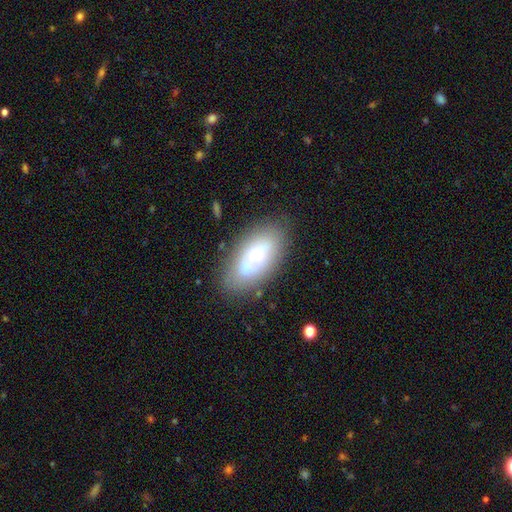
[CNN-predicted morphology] The model was most divided on "smooth or featured": smooth: 53%, featured or disk: 37%, star or artifact: 10%. More confident: how rounded — in between (87%); merging — none (78%).